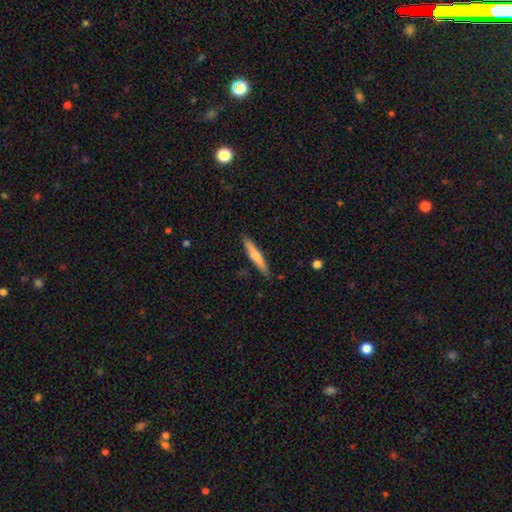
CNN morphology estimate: A smooth galaxy with no disk features (61%) that is cigar-shaped (92%).

Vote fractions:
- Smooth or featured? smooth: 61% / featured or disk: 33% / star or artifact: 5%
- How rounded? cigar-shaped: 92% / in between: 7% / round: 1%
- Merging? none: 87% / minor disturbance: 10% / major disturbance: 2% / merger: 1%